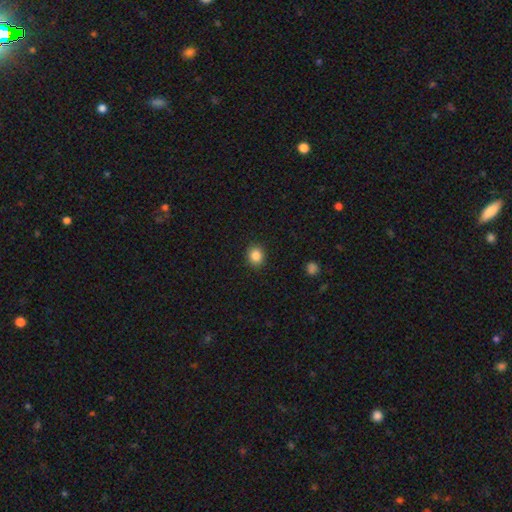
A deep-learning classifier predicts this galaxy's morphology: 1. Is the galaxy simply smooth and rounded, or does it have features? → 86% smooth, 10% star or artifact, 4% featured or disk.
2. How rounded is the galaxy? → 75% round, 24% in between, 1% cigar-shaped.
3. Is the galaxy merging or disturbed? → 90% none, 7% minor disturbance, 2% major disturbance, 1% merger.